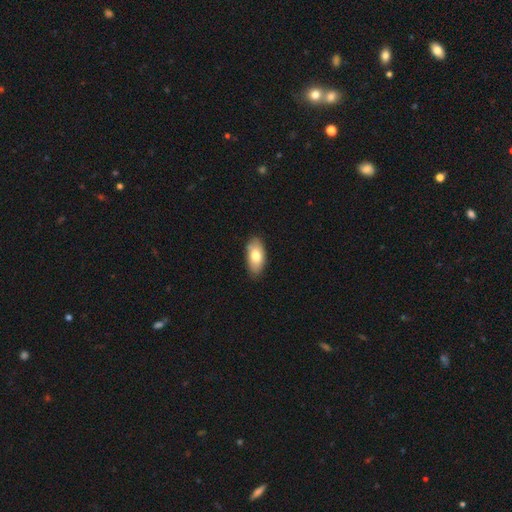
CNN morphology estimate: A smooth galaxy with no disk features (76%) that is in between round and cigar-shaped (92%).

Vote fractions:
- Smooth or featured? smooth: 76% / featured or disk: 18% / star or artifact: 6%
- How rounded? in between: 92% / cigar-shaped: 5% / round: 3%
- Merging? none: 82% / minor disturbance: 14% / major disturbance: 2% / merger: 1%